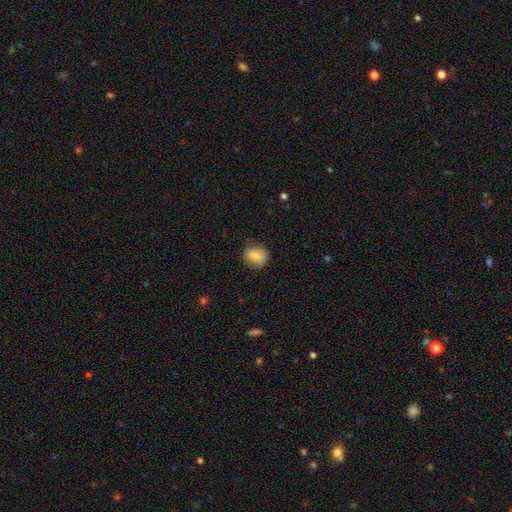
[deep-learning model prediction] Smooth or featured: smooth — 80% (featured or disk — 12%)
How rounded: round — 67% (in between — 32%)
Merging: none — 75% (minor disturbance — 19%)